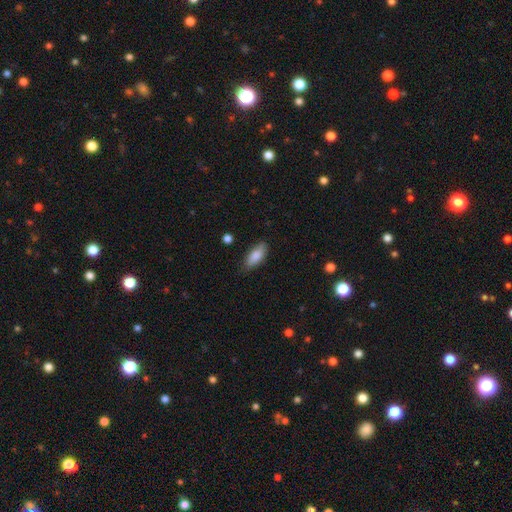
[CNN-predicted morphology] This is clearly a smooth galaxy (85%). How rounded: likely in between (80%). Merging: clearly none (81%).